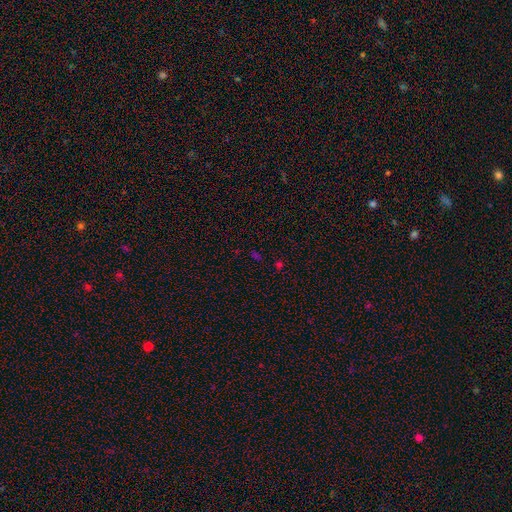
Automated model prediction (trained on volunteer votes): Q: Smooth or featured?
A: star or artifact (50%); runner-up: smooth (43%)